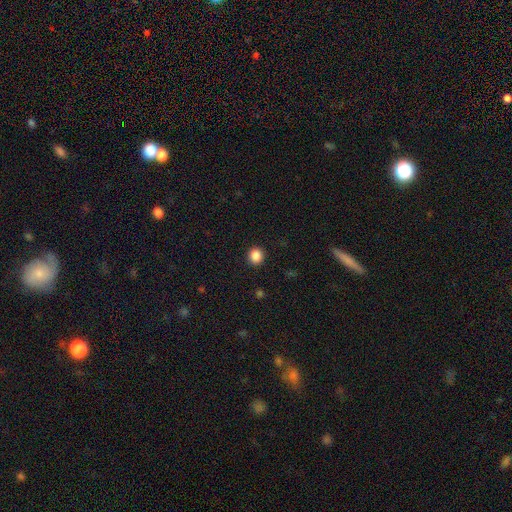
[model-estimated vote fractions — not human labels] Morphology: type=smooth (87%); roundness=round (91%); merging=none (92%).